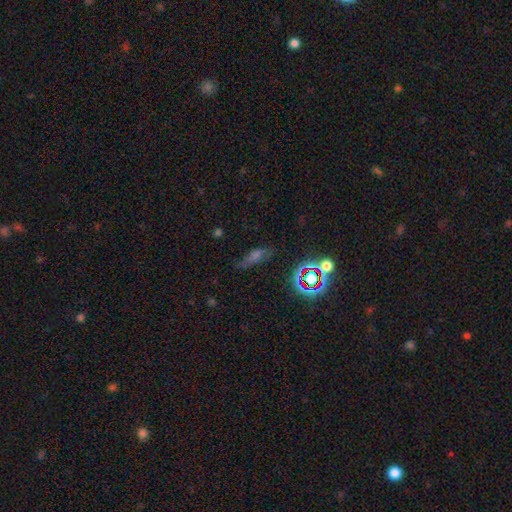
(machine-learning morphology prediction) Smooth or featured: smooth — 41% (featured or disk — 31%)
Merging: none — 65% (minor disturbance — 21%)